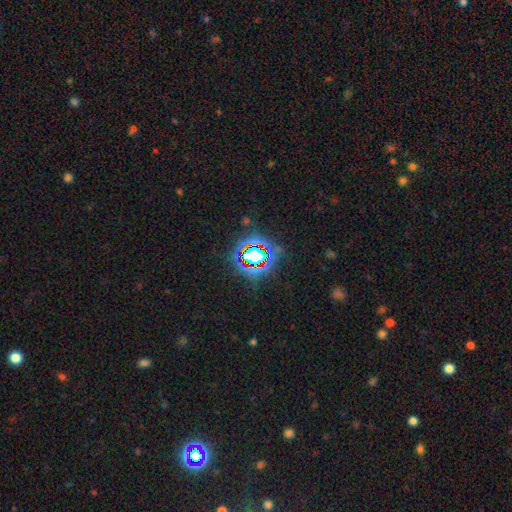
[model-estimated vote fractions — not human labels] This is likely a star or artifact rather than a galaxy (72%).